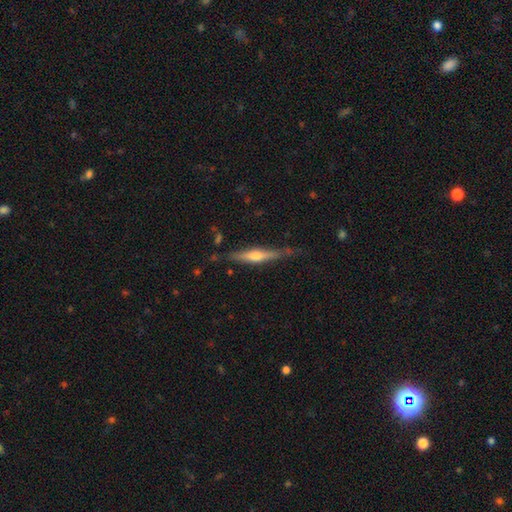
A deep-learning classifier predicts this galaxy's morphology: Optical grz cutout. It shows a featured or disk galaxy (65%) viewed edge-on (96%) with a rounded central bulge (84%). Merging: none (73%).